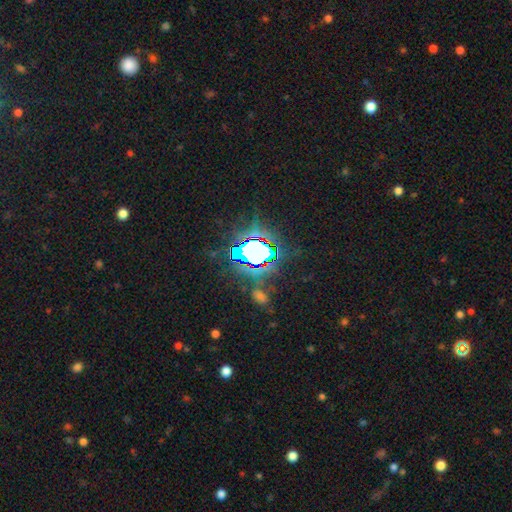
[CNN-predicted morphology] A star or artifact, not a galaxy (72%).